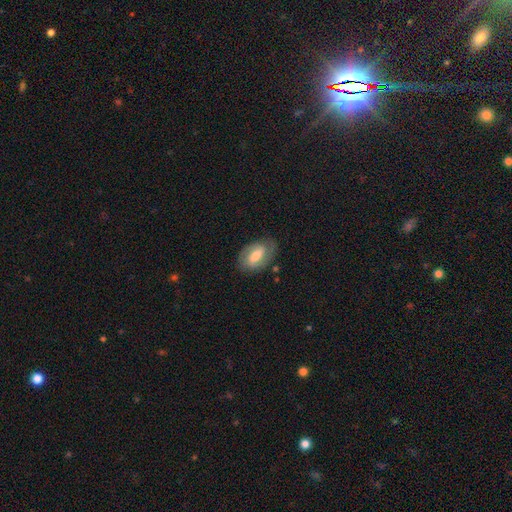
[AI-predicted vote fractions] Smooth or featured: featured or disk — 56% (smooth — 38%)
Edge-on disk: no — 94% (yes — 6%)
Bar: weak — 44% (strong — 35%)
Spiral arms: yes — 76% (no — 24%)
Bulge size: moderate — 58% (small — 27%)
Merging: none — 76% (minor disturbance — 16%)